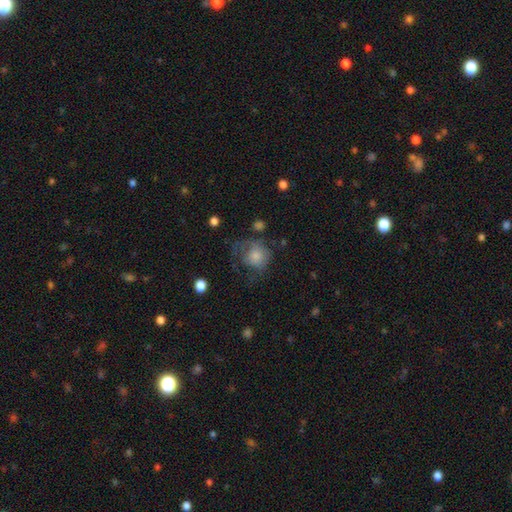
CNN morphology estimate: Smooth or featured?
  - smooth: 52% *
  - featured or disk: 35%
  - star or artifact: 13%
How rounded?
  - round: 75% *
  - in between: 24%
  - cigar-shaped: 1%
Merging?
  - none: 41% *
  - major disturbance: 34%
  - minor disturbance: 22%
  - merger: 3%